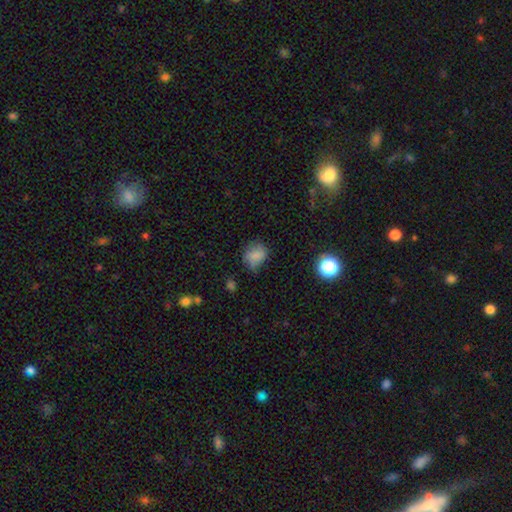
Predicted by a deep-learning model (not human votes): Smooth or featured? smooth (76%)
How rounded? round (54%)
Merging? none (56%)